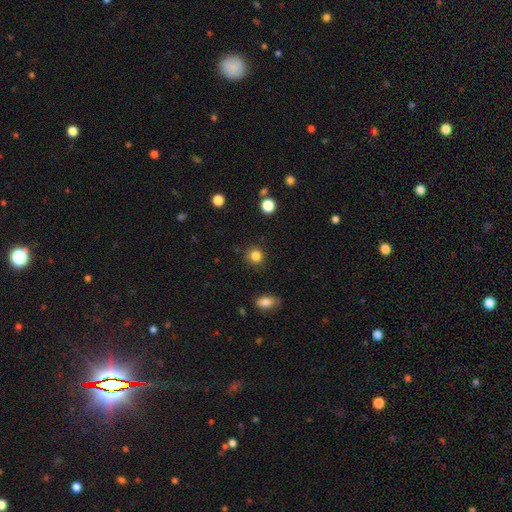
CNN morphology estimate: Overall: smooth (85%). How rounded: round (89%). Merging: none (86%).